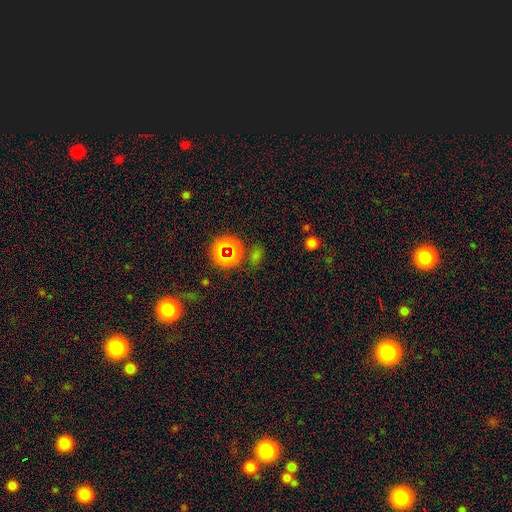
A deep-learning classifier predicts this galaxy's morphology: A star or artifact, not a galaxy (58%).